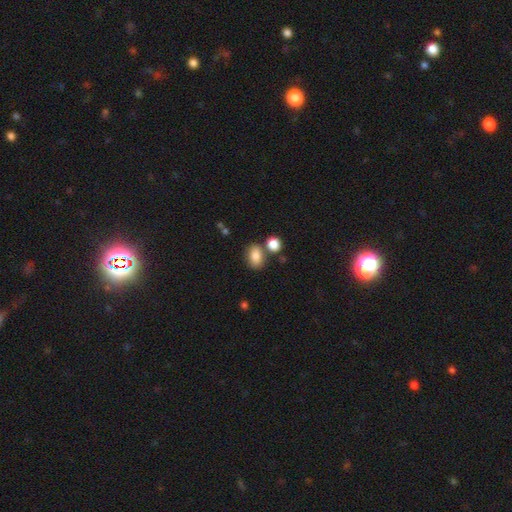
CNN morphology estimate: smooth_or_featured: smooth (p=0.84) [alt: star or artifact p=0.09]
how_rounded: in between (p=0.78) [alt: round p=0.20]
merging: none (p=0.66) [alt: merger p=0.18]